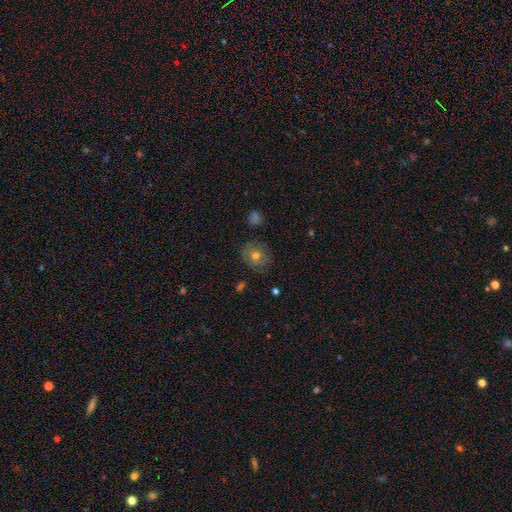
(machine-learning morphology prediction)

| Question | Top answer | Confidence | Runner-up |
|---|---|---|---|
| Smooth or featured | smooth | 59% | featured or disk (27%) |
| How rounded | round | 80% | in between (19%) |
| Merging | none | 80% | minor disturbance (14%) |